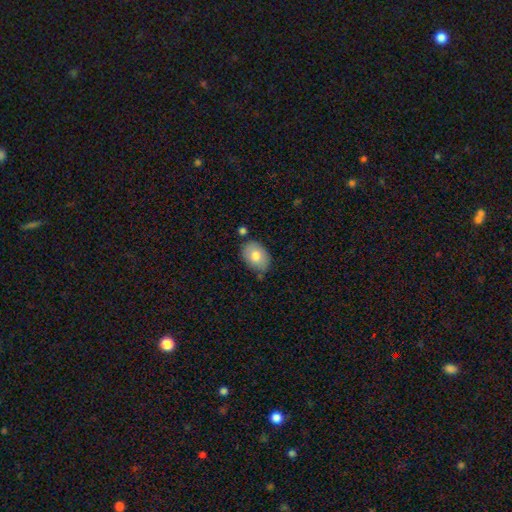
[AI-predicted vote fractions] The model was most divided on "merging": none: 72%, minor disturbance: 20%, merger: 5%, major disturbance: 3%. More confident: how rounded — in between (80%); smooth or featured — smooth (78%).